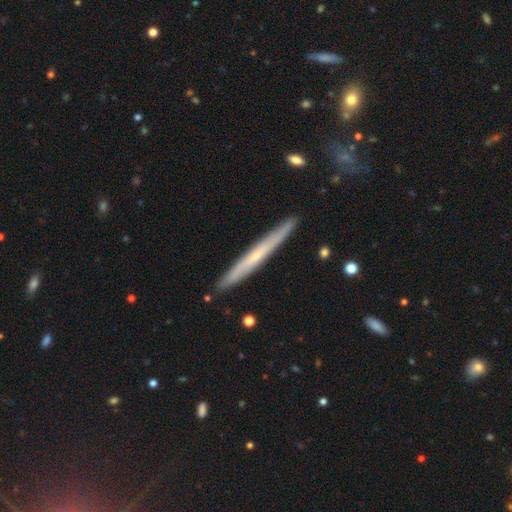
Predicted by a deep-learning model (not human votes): Smooth or featured? Predicted: featured or disk (p=0.58). Edge-on disk? Predicted: yes (p=0.96). Edge-on bulge? Predicted: none (p=0.63). Merging? Predicted: none (p=0.90).